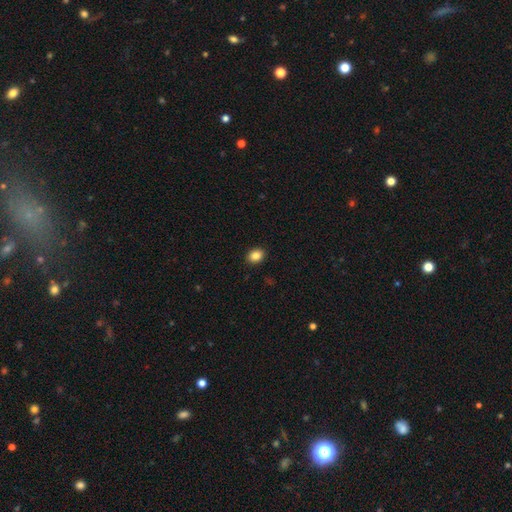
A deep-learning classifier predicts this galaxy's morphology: type=smooth (87%); roundness=in between (67%); merging=none (91%).